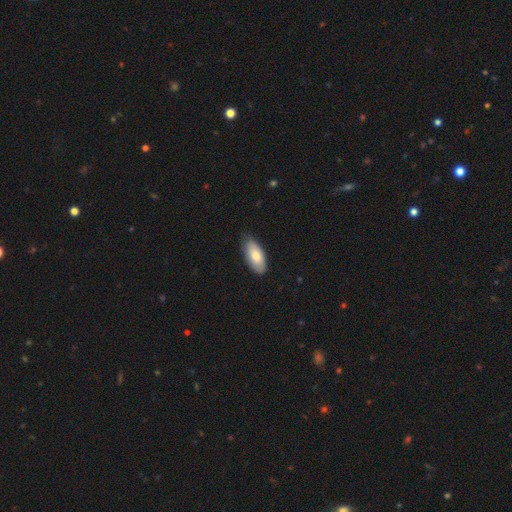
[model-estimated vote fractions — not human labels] This appears to be a smooth galaxy with no disk features (77%) that is in between round and cigar-shaped (90%). Merging: none (75%).